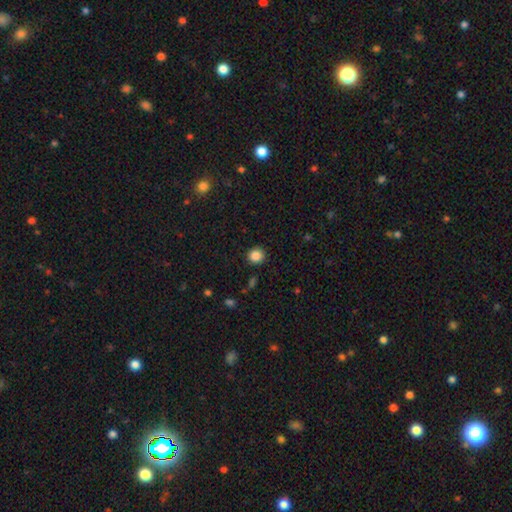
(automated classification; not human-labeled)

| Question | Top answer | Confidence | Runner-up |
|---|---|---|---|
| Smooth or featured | smooth | 86% | star or artifact (10%) |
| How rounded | round | 89% | in between (10%) |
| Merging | none | 91% | minor disturbance (6%) |